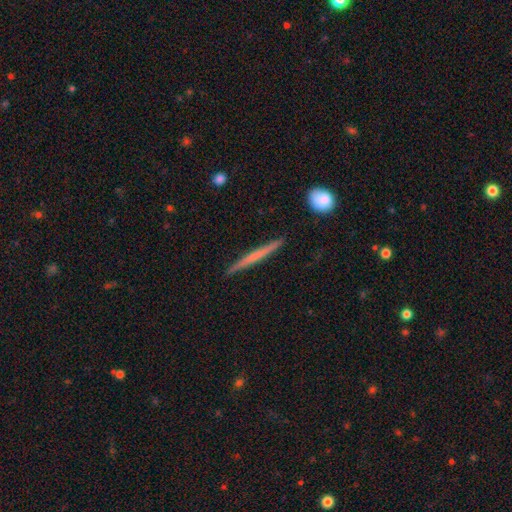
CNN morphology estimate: Smooth or featured: featured or disk — 50% (smooth — 44%)
Edge-on disk: yes — 97% (no — 3%)
Merging: none — 91% (minor disturbance — 6%)